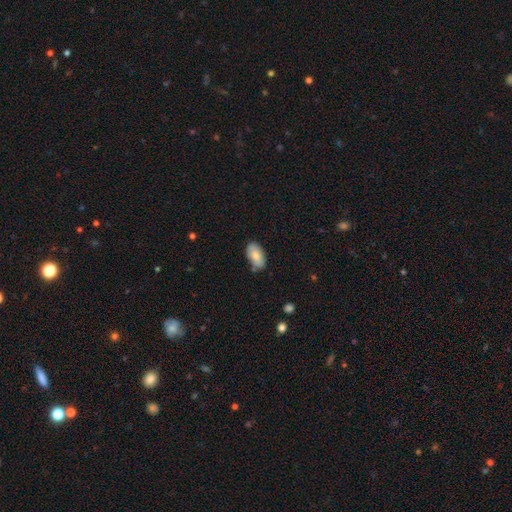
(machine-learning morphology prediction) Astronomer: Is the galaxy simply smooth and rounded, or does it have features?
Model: smooth — 83%.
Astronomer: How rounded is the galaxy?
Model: in between — 95%.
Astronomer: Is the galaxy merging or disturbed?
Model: none — 75%.